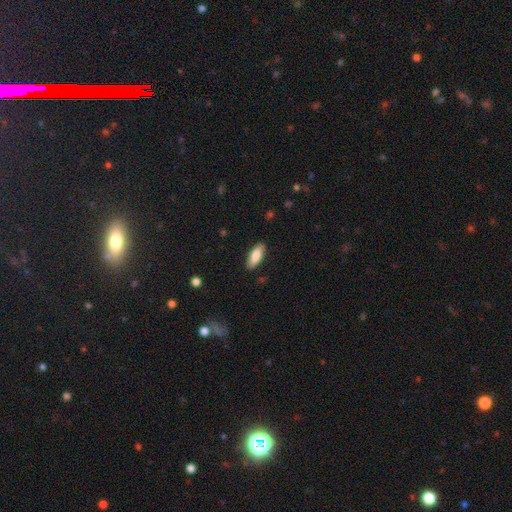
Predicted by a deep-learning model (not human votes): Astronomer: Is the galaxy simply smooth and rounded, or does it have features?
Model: smooth — 84%.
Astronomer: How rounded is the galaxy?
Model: in between — 75%.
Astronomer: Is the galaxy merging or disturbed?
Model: none — 86%.